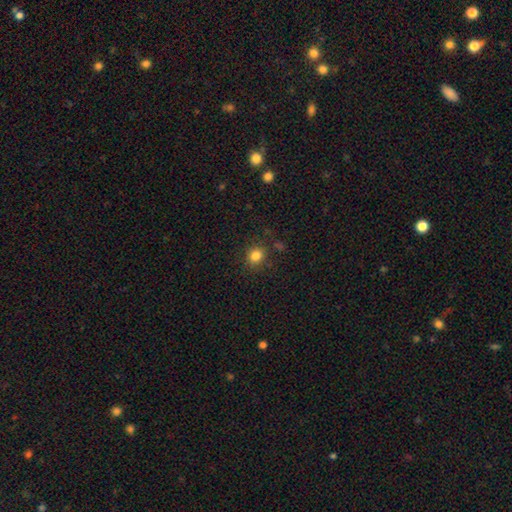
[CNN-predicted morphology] Smooth or featured?
  - smooth: 82% *
  - star or artifact: 12%
  - featured or disk: 5%
How rounded?
  - round: 77% *
  - in between: 22%
  - cigar-shaped: 1%
Merging?
  - none: 84% *
  - minor disturbance: 10%
  - major disturbance: 3%
  - merger: 3%